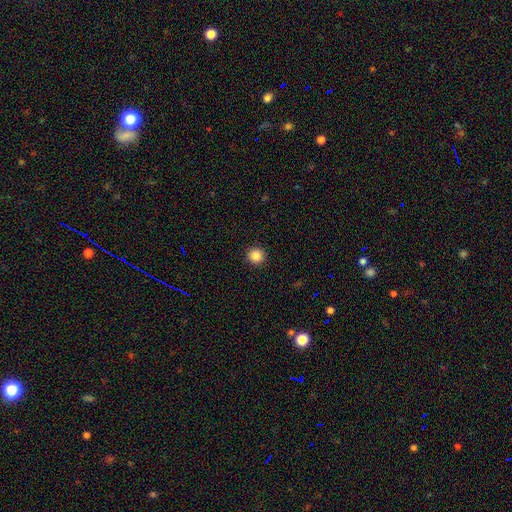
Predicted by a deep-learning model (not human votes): The model was most divided on "smooth or featured": smooth: 87%, star or artifact: 10%, featured or disk: 3%. More confident: how rounded — round (95%); merging — none (93%).